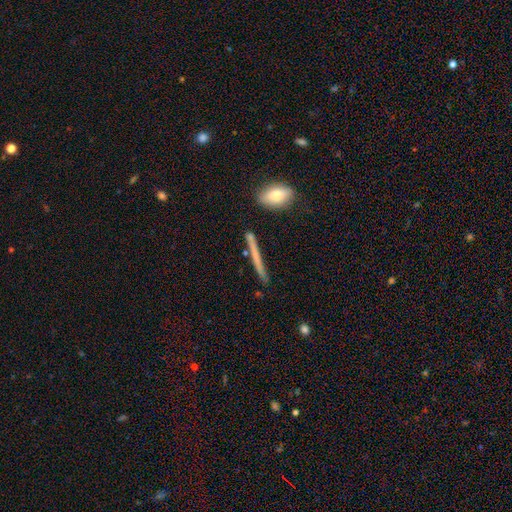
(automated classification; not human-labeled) A smooth galaxy with no disk features (54%) that is cigar-shaped (94%). Merging: none (79%).